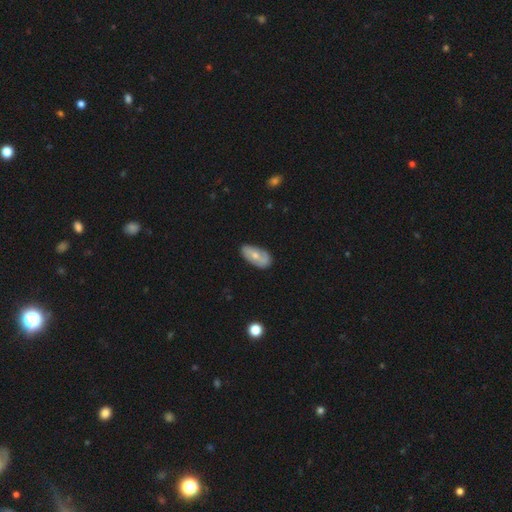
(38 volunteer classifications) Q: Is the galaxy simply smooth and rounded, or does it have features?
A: smooth — 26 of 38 (68%).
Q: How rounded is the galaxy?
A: in between — 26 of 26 (100%).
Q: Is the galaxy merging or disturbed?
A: none — 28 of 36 (78%).